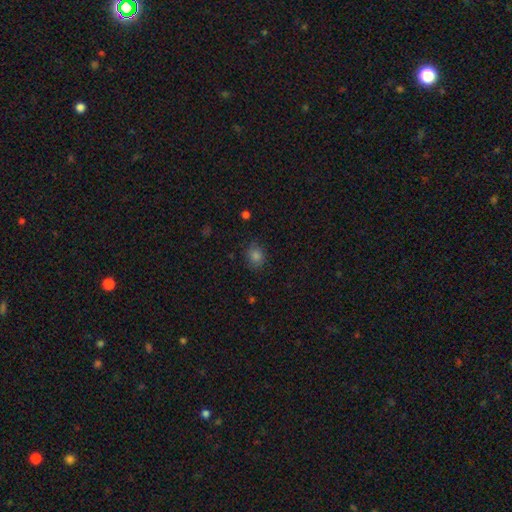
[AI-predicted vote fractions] This is likely a smooth galaxy (79%). How rounded: likely round (61%). Merging: clearly none (82%).